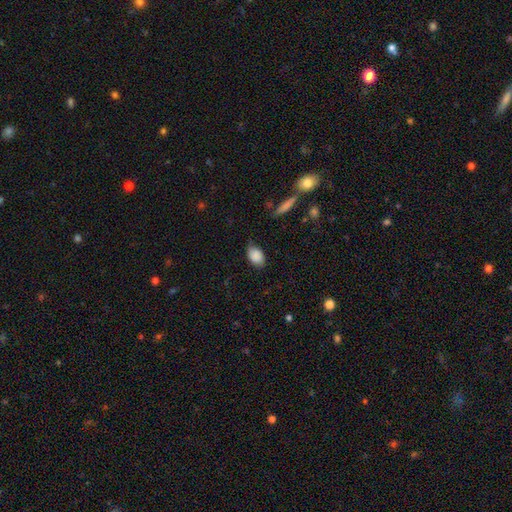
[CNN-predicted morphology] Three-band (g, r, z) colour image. It shows a smooth galaxy with no disk features (86%) that is in between round and cigar-shaped (83%). Merging: none (68%).